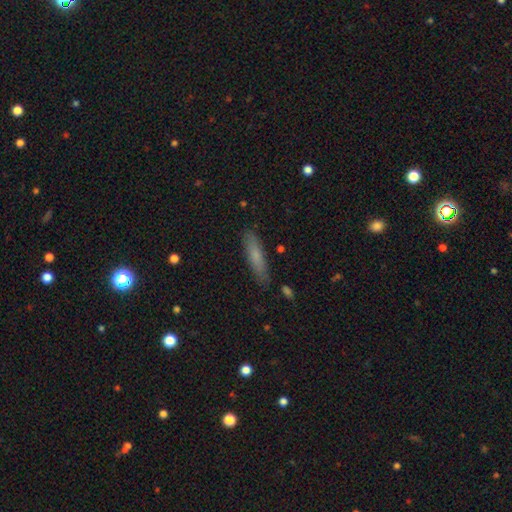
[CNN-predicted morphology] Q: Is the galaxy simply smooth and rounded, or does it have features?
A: smooth — 73%.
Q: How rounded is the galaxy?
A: cigar-shaped — 82%.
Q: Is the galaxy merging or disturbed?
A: none — 84%.